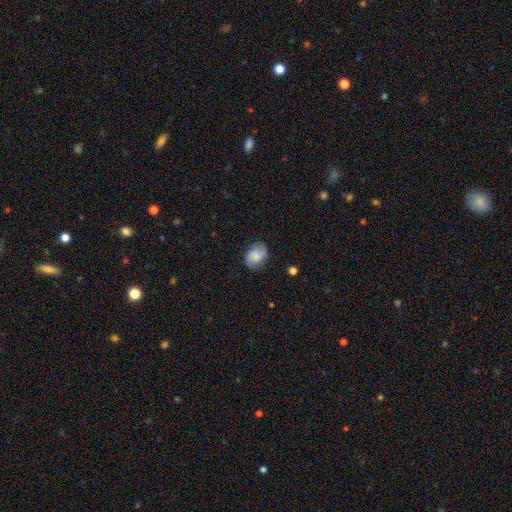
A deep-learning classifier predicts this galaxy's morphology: Smooth or featured? Predicted: featured or disk (p=0.47). Merging? Predicted: none (p=0.75).